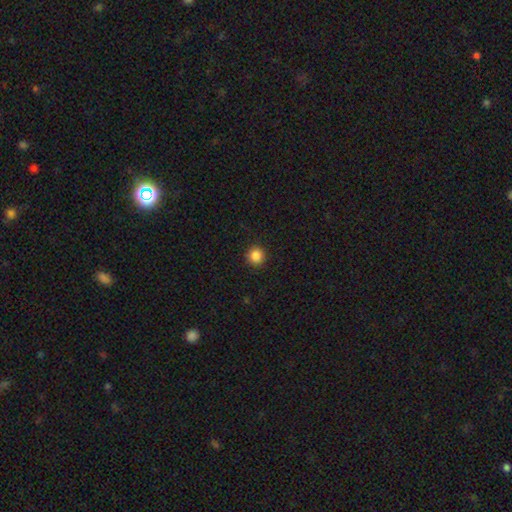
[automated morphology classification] type=smooth (86%); roundness=round (94%); merging=none (92%).